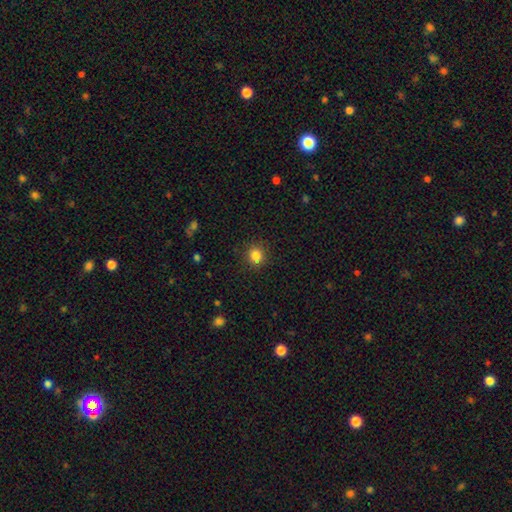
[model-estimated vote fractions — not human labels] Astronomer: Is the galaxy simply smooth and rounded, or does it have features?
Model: smooth — 83%.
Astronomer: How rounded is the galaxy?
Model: round — 86%.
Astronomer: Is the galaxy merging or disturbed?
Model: none — 87%.